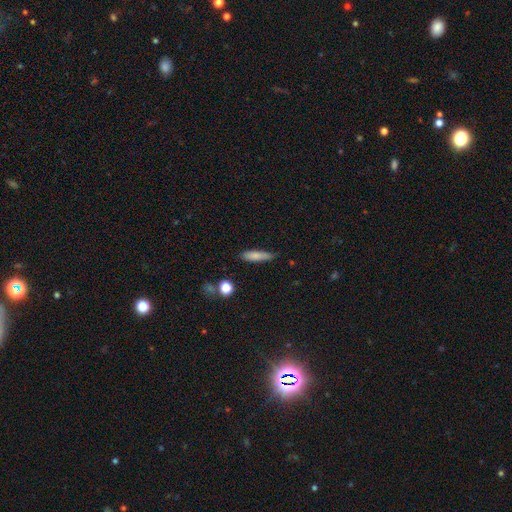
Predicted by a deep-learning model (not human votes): Smooth or featured? Predicted: smooth (p=0.79). How rounded? Predicted: cigar-shaped (p=0.74). Merging? Predicted: none (p=0.74).